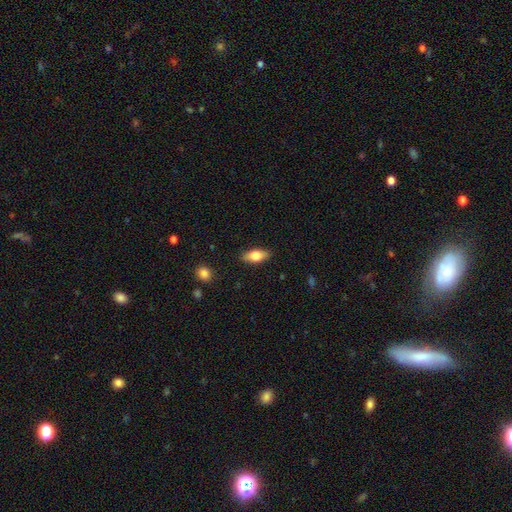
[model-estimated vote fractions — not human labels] Morphology: type=smooth (74%); roundness=in between (83%); merging=none (87%).